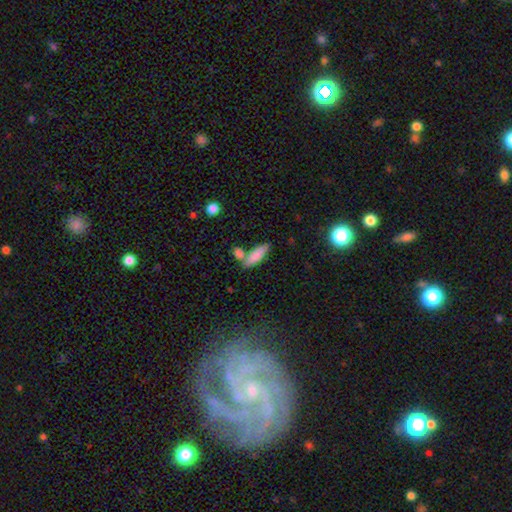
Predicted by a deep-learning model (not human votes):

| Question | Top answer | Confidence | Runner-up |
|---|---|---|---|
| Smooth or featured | smooth | 78% | featured or disk (15%) |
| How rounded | cigar-shaped | 52% | in between (45%) |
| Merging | none | 56% | merger (26%) |